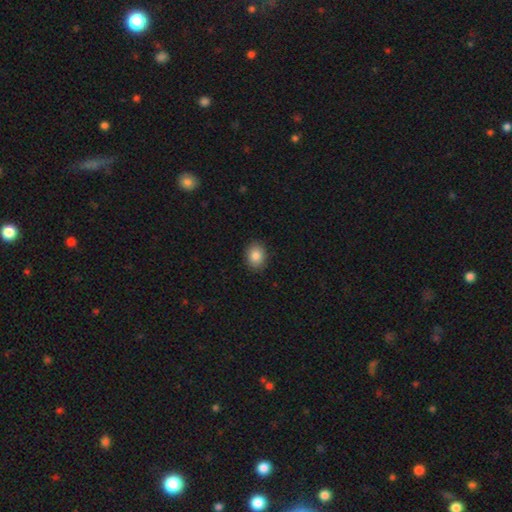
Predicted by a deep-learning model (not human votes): This is clearly a smooth galaxy (86%). How rounded: possibly in between (53%). Merging: clearly none (88%).